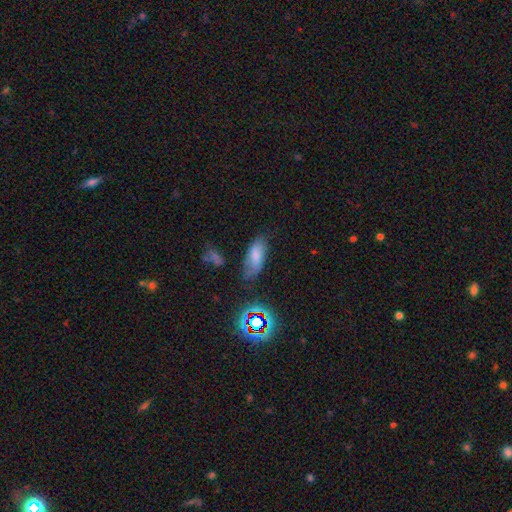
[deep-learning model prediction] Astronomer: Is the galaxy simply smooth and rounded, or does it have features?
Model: smooth — 71%.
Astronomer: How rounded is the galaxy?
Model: in between — 83%.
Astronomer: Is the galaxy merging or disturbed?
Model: none — 60%.